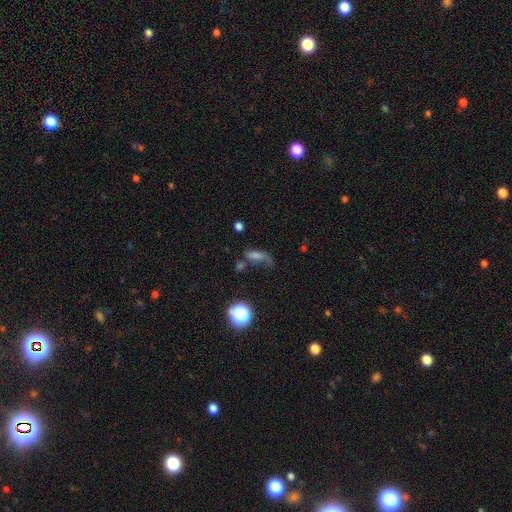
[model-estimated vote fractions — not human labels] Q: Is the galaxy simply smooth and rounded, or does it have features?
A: smooth — 49%.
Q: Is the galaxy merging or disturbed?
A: none — 36%.